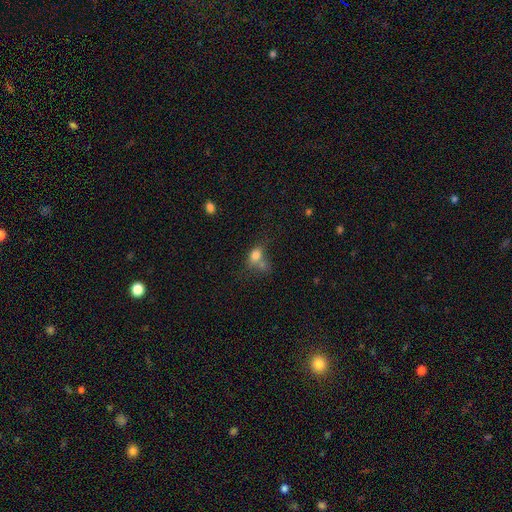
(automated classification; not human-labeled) A smooth galaxy with no disk features (76%) that is in between round and cigar-shaped (62%). Merging: merger (39%).